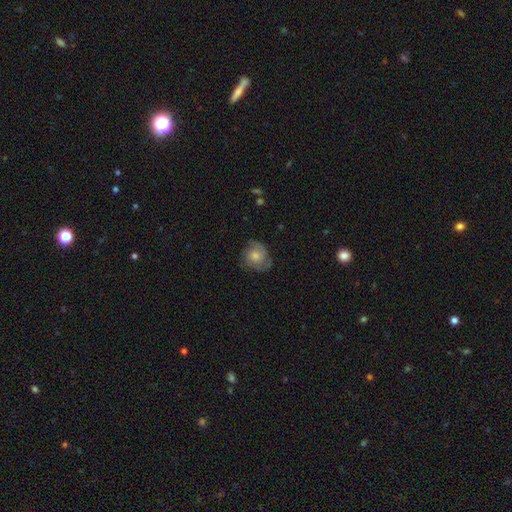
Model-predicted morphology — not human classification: Smooth or featured: featured or disk — 51% (smooth — 42%)
Edge-on disk: no — 97% (yes — 3%)
Merging: none — 68% (minor disturbance — 22%)